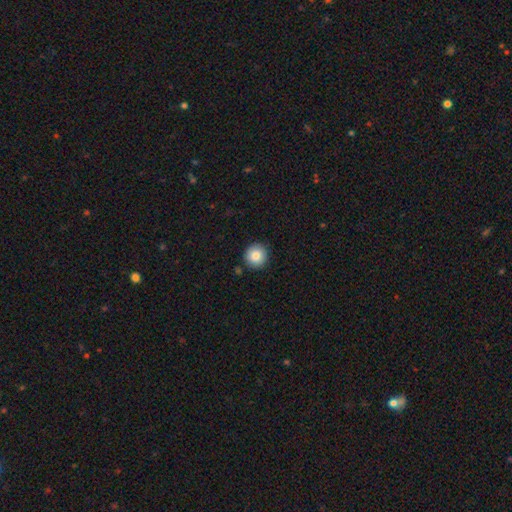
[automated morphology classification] smooth 84%, star or artifact 9%, featured or disk 7%. Down the decision tree: how rounded — round (95%); merging — none (89%).